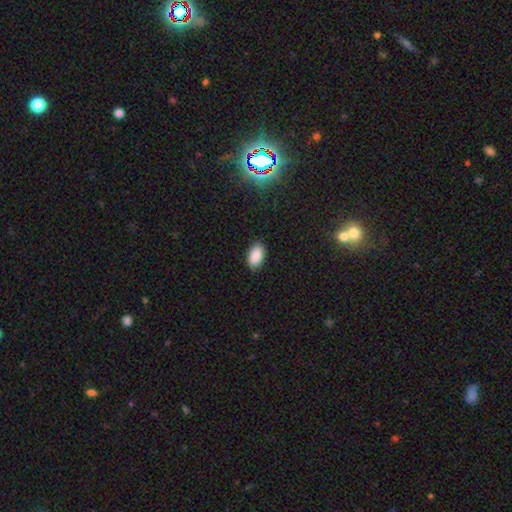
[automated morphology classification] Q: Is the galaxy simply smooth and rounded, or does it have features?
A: smooth — 89%.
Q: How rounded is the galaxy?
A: in between — 93%.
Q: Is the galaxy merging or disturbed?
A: none — 86%.